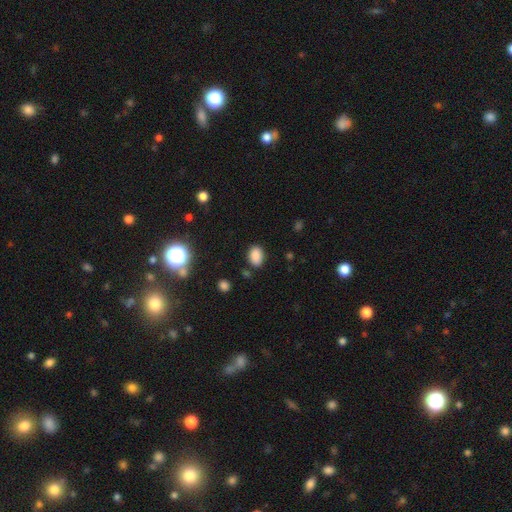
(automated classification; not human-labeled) A smooth galaxy with no disk features (85%) that is in between round and cigar-shaped (79%). Merging: none (82%).